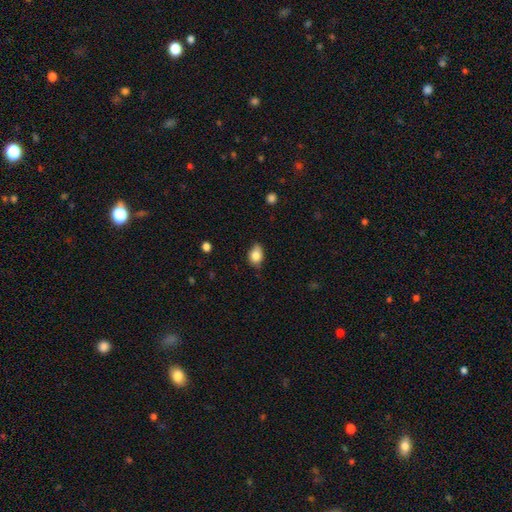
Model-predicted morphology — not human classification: This is clearly a smooth galaxy (81%). How rounded: likely in between (73%). Merging: likely none (66%).